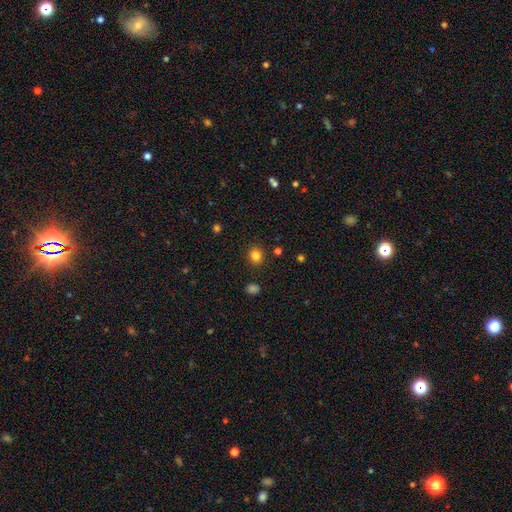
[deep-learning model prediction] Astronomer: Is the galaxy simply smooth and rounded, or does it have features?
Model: smooth — 83%.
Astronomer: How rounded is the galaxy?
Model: round — 81%.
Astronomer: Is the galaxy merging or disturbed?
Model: none — 90%.